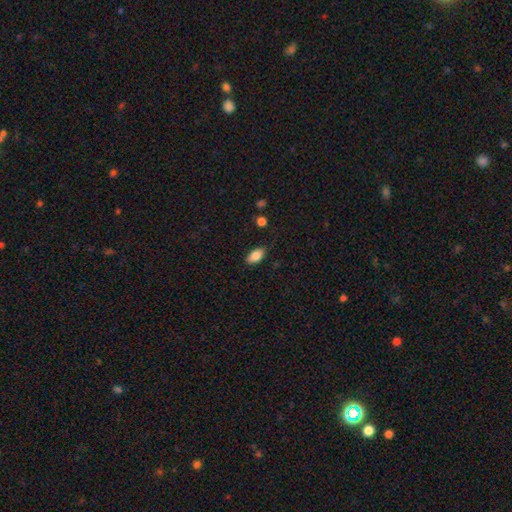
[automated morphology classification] Overall: smooth (84%). How rounded: in between (91%). Merging: none (83%).